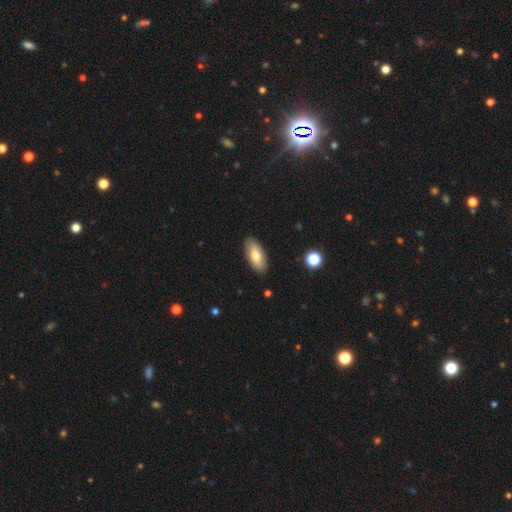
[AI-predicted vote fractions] Overall: smooth (70%). How rounded: in between (86%). Merging: none (89%).